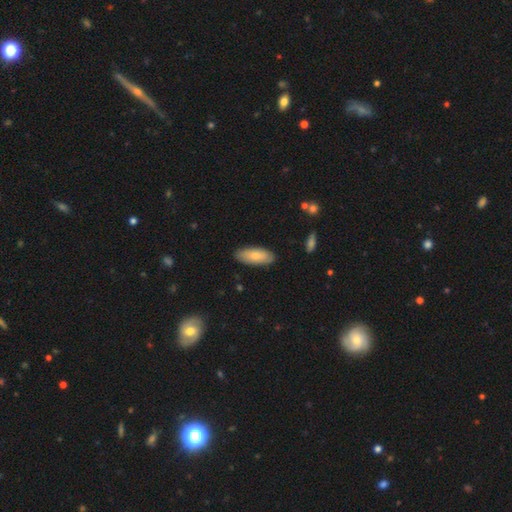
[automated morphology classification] smooth-or-featured: smooth: 80% | featured or disk: 15% | star or artifact: 5%
  how-rounded: in between: 82% | cigar-shaped: 17% | round: 2%
  merging: none: 86% | minor disturbance: 11% | major disturbance: 2% | merger: 1%